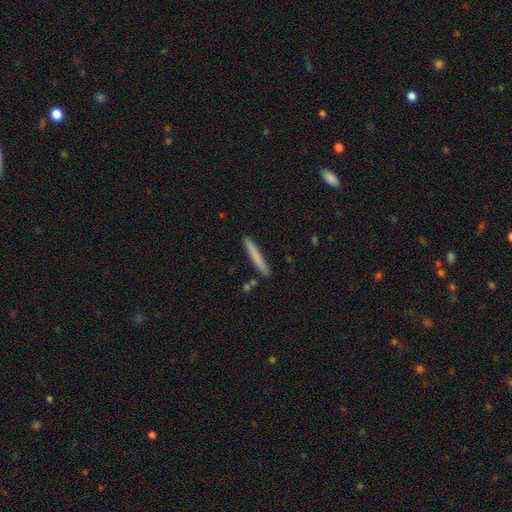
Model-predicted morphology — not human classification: Q: Smooth or featured?
A: smooth (74%); runner-up: featured or disk (20%)
Q: How rounded?
A: cigar-shaped (96%); runner-up: in between (3%)
Q: Merging?
A: none (89%); runner-up: minor disturbance (7%)